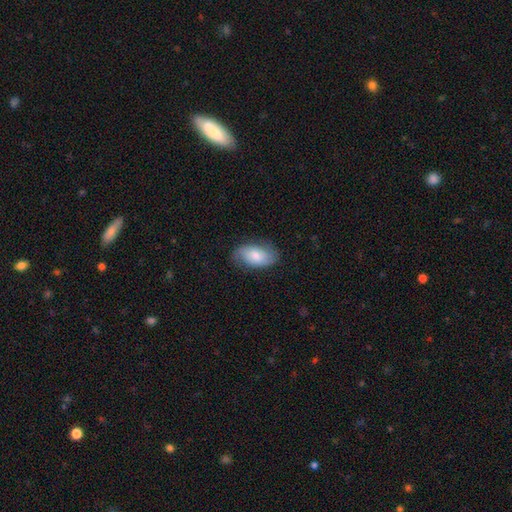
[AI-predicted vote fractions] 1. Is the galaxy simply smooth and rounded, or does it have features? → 67% smooth, 27% featured or disk, 6% star or artifact.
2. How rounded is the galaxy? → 94% in between, 4% round, 2% cigar-shaped.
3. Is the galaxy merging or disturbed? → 73% none, 20% minor disturbance, 5% major disturbance, 1% merger.